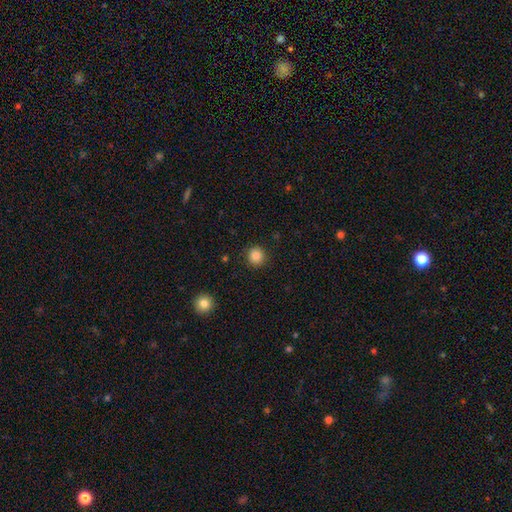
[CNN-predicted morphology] This appears to be a smooth galaxy with no disk features (86%) that is round (93%). Merging: none (90%).